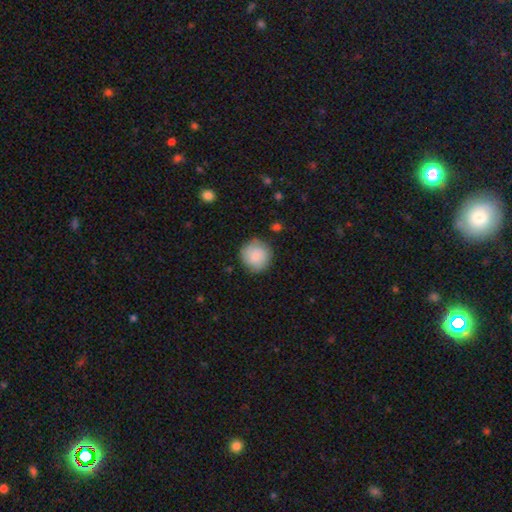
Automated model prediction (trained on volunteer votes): smooth-or-featured: smooth: 84% | featured or disk: 9% | star or artifact: 7%
  how-rounded: round: 93% | in between: 6% | cigar-shaped: 1%
  merging: none: 83% | minor disturbance: 12% | major disturbance: 3% | merger: 1%